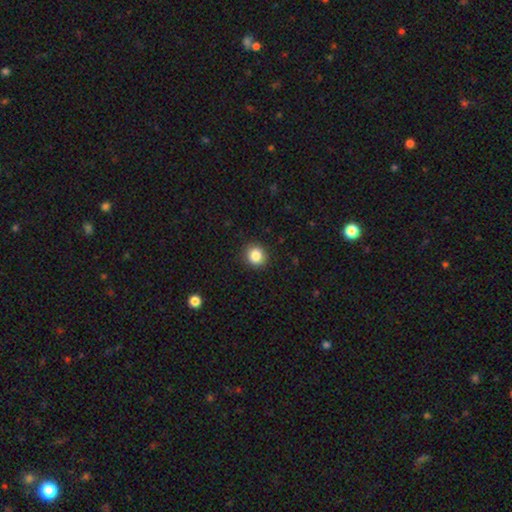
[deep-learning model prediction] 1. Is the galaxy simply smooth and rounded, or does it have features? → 85% smooth, 10% star or artifact, 5% featured or disk.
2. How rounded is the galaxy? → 85% round, 14% in between, 1% cigar-shaped.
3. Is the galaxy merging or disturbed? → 91% none, 6% minor disturbance, 2% major disturbance, 1% merger.